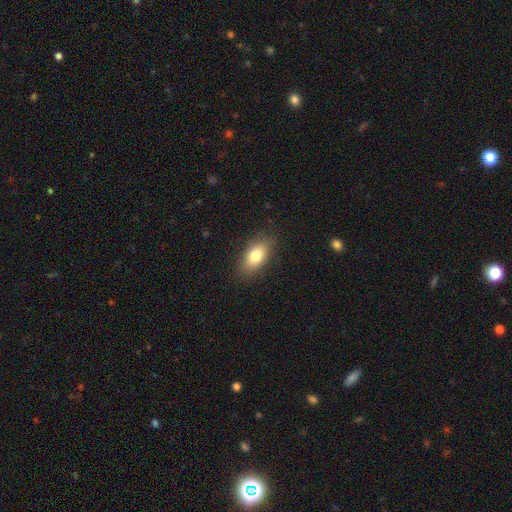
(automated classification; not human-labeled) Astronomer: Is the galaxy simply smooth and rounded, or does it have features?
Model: smooth — 80%.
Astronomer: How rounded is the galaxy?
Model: in between — 88%.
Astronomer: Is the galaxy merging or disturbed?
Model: none — 85%.